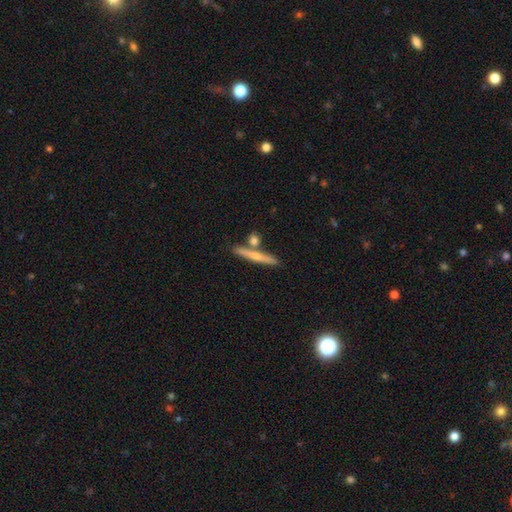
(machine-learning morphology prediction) A smooth galaxy with no disk features (48%). Merging: none (74%).